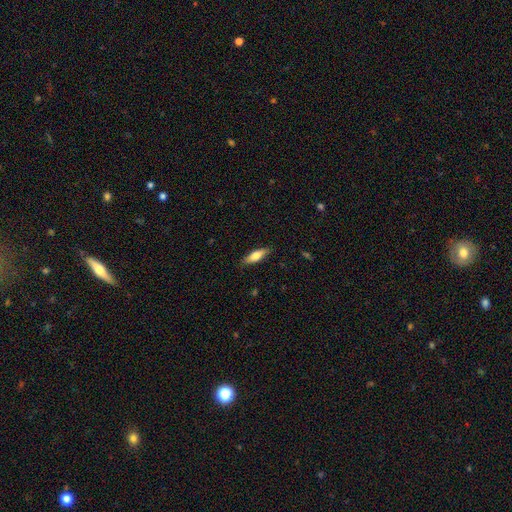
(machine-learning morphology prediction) The model was most divided on "how rounded": cigar-shaped: 50%, in between: 48%, round: 2%. More confident: merging — none (86%); smooth or featured — smooth (68%).